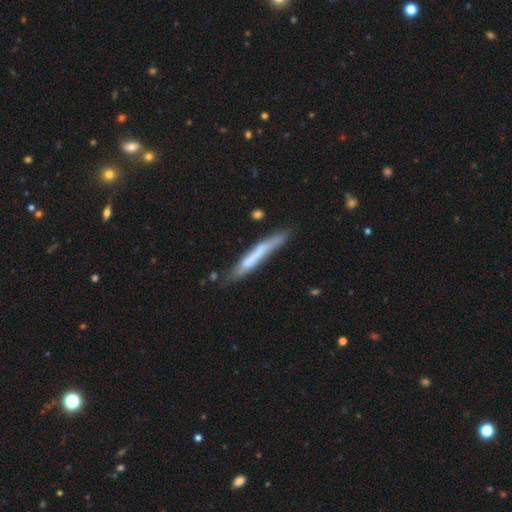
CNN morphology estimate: A smooth galaxy with no disk features (52%) that is cigar-shaped (95%).

Vote fractions:
- Smooth or featured? smooth: 52% / featured or disk: 41% / star or artifact: 7%
- How rounded? cigar-shaped: 95% / in between: 4% / round: 1%
- Merging? none: 64% / minor disturbance: 25% / major disturbance: 7% / merger: 4%